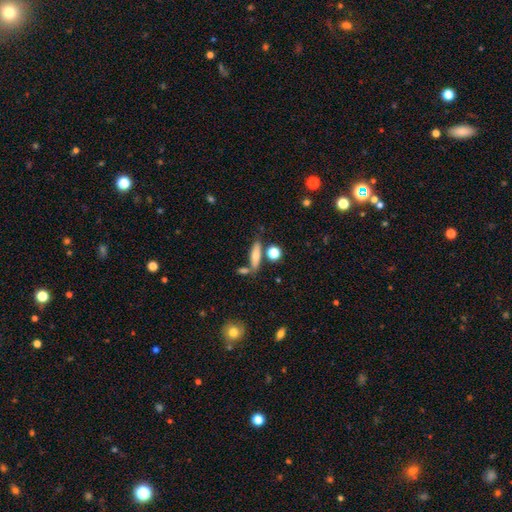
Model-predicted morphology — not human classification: smooth_or_featured: smooth (p=0.69) [alt: featured or disk p=0.22]
how_rounded: cigar-shaped (p=0.61) [alt: in between p=0.34]
merging: none (p=0.65) [alt: merger p=0.17]